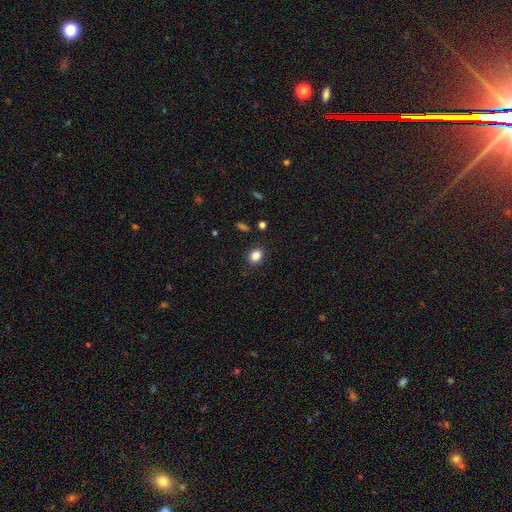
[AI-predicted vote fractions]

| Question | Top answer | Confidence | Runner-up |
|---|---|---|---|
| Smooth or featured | smooth | 85% | star or artifact (10%) |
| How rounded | round | 52% | in between (47%) |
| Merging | none | 87% | minor disturbance (9%) |